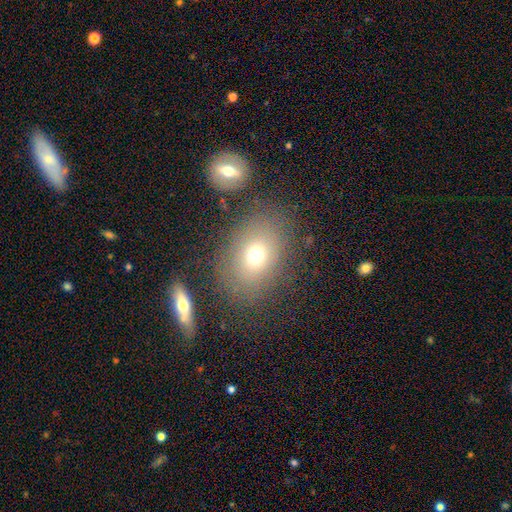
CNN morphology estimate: The model was most divided on "how rounded": in between: 69%, round: 30%, cigar-shaped: 1%. More confident: merging — none (75%); smooth or featured — smooth (68%).